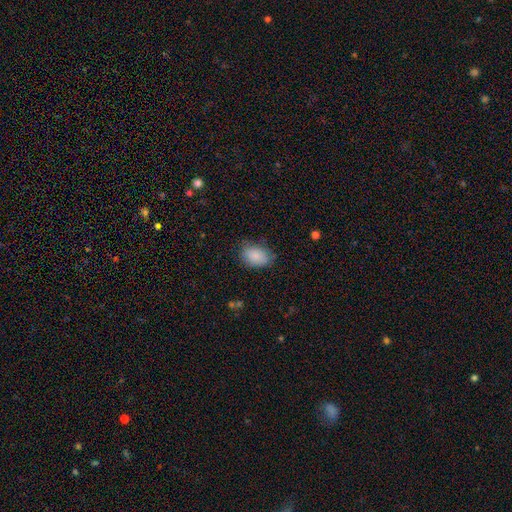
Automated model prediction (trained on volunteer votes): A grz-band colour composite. It shows a smooth galaxy with no disk features (86%) that is in between round and cigar-shaped (85%). Merging: none (72%).